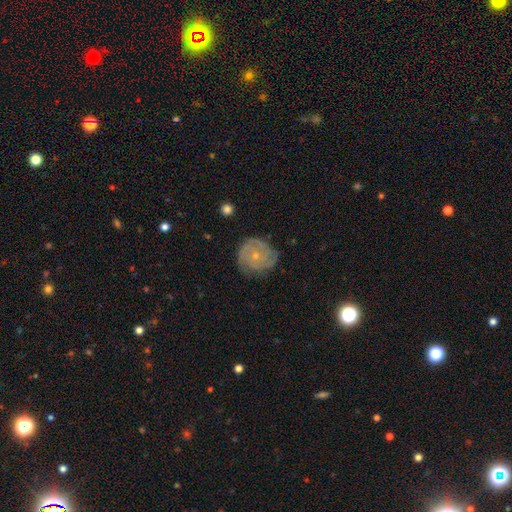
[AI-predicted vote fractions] Smooth or featured? Predicted: featured or disk (p=0.68). Edge-on disk? Predicted: no (p=0.97). Bar? Predicted: no (p=0.84). Spiral arms? Predicted: yes (p=0.85). Spiral winding? Predicted: tight (p=0.67). Spiral arm count? Predicted: can't tell (p=0.38). Bulge size? Predicted: small (p=0.75). Merging? Predicted: none (p=0.72).